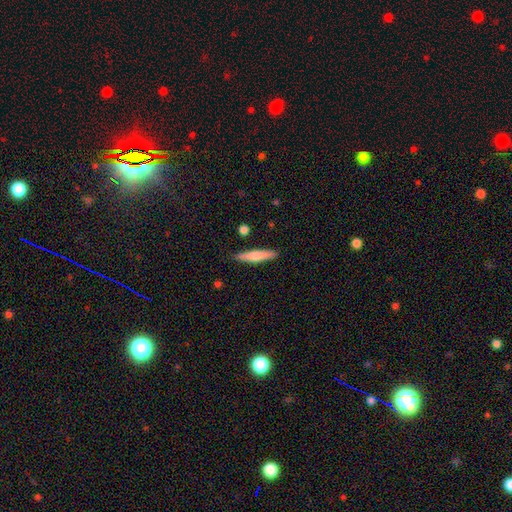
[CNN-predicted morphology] This appears to be a smooth galaxy with no disk features (67%) that is cigar-shaped (87%). Merging: none (87%).